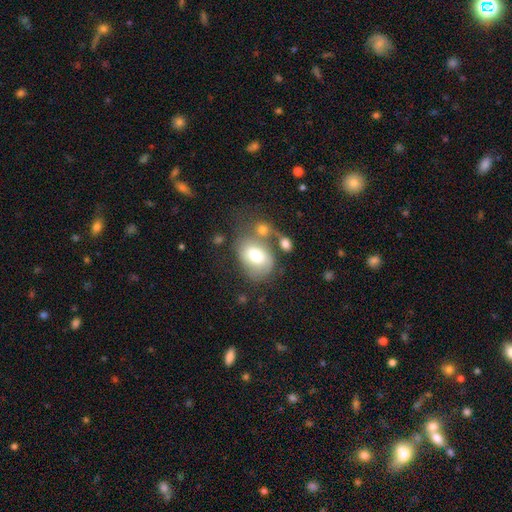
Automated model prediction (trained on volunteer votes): The model was most divided on "merging": none: 41%, merger: 22%, minor disturbance: 21%, major disturbance: 16%. More confident: how rounded — in between (68%); smooth or featured — smooth (67%).